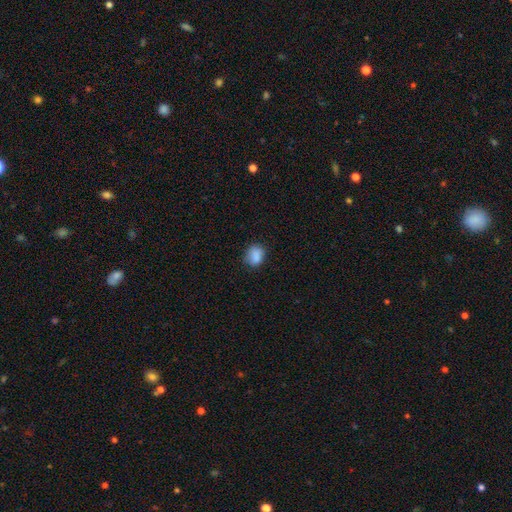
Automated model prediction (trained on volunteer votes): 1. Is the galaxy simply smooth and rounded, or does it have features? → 85% smooth, 9% star or artifact, 6% featured or disk.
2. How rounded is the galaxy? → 50% round, 48% in between, 1% cigar-shaped.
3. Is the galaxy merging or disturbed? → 72% none, 22% minor disturbance, 5% major disturbance, 2% merger.